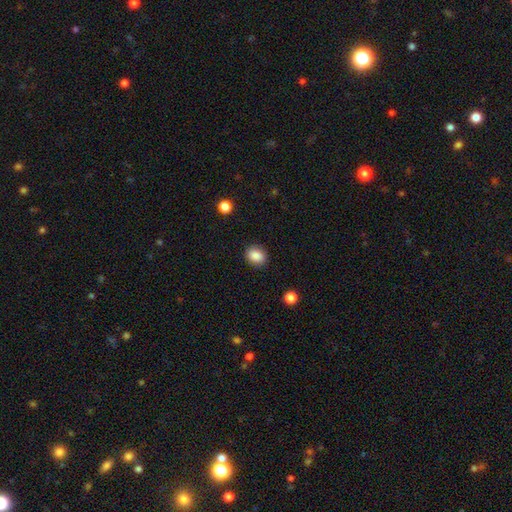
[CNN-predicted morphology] smooth-or-featured: smooth: 87% | star or artifact: 9% | featured or disk: 4%
  how-rounded: round: 54% | in between: 45% | cigar-shaped: 1%
  merging: none: 87% | minor disturbance: 9% | major disturbance: 3% | merger: 1%